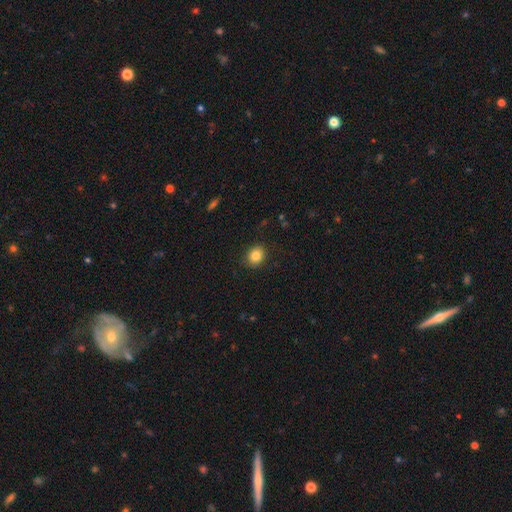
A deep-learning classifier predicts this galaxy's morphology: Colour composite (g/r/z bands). It shows a smooth galaxy with no disk features (84%) that is round (67%). Merging: none (88%).